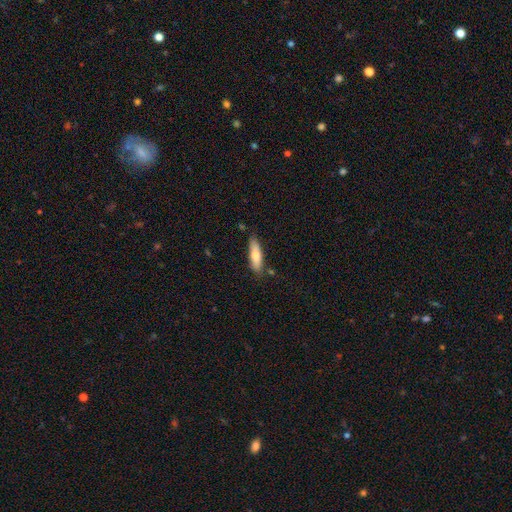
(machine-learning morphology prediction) A smooth galaxy with no disk features (73%) that is cigar-shaped (57%). Merging: none (78%).